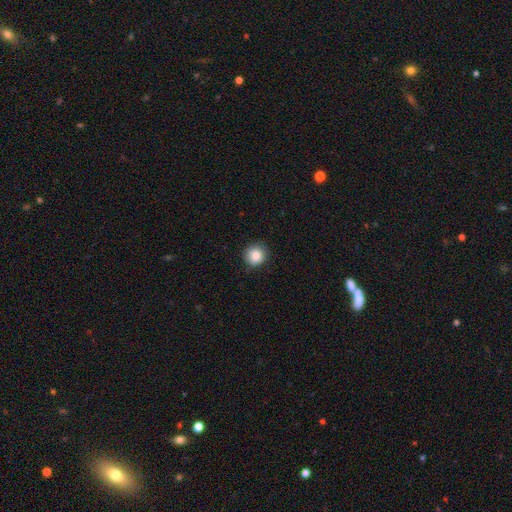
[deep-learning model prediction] Smooth or featured: smooth — 85% (star or artifact — 9%)
How rounded: round — 92% (in between — 7%)
Merging: none — 84% (minor disturbance — 12%)